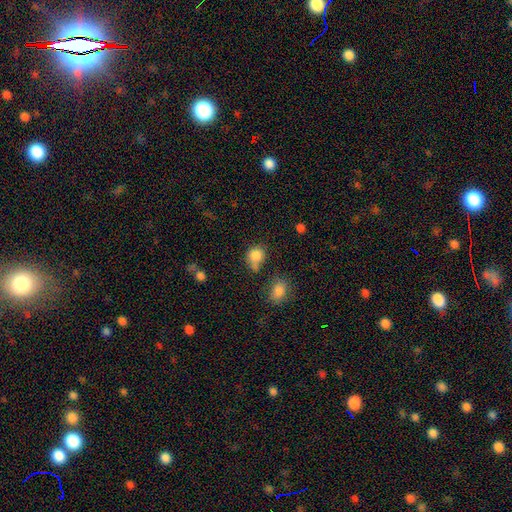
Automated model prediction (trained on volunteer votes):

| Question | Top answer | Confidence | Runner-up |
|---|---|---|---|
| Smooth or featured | smooth | 82% | star or artifact (11%) |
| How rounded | round | 63% | in between (36%) |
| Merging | none | 46% | minor disturbance (25%) |